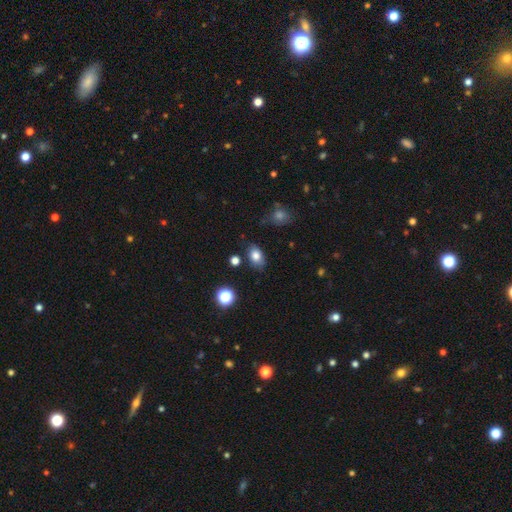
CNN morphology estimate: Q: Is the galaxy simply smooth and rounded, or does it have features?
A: smooth — 81%.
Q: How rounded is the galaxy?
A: in between — 83%.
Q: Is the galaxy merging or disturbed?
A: none — 76%.